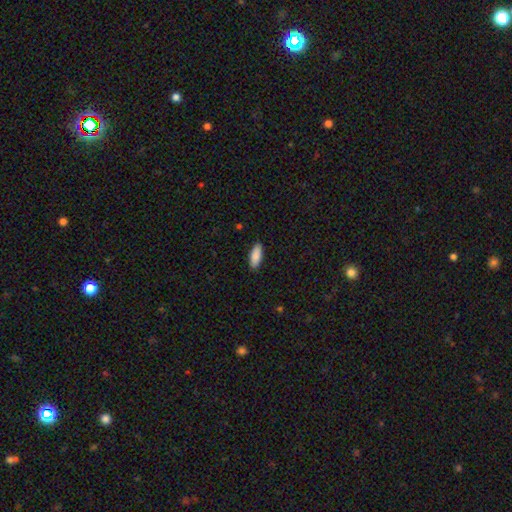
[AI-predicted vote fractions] Smooth or featured?
  - smooth: 90% *
  - star or artifact: 6%
  - featured or disk: 5%
How rounded?
  - in between: 77% *
  - cigar-shaped: 21%
  - round: 2%
Merging?
  - none: 89% *
  - minor disturbance: 8%
  - major disturbance: 2%
  - merger: 1%